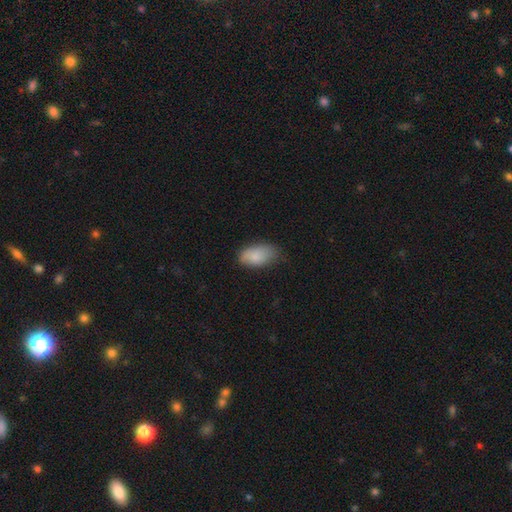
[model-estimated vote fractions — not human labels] Smooth or featured?
  - smooth: 85% *
  - featured or disk: 8%
  - star or artifact: 7%
How rounded?
  - in between: 93% *
  - round: 4%
  - cigar-shaped: 2%
Merging?
  - none: 66% *
  - minor disturbance: 28%
  - major disturbance: 5%
  - merger: 1%